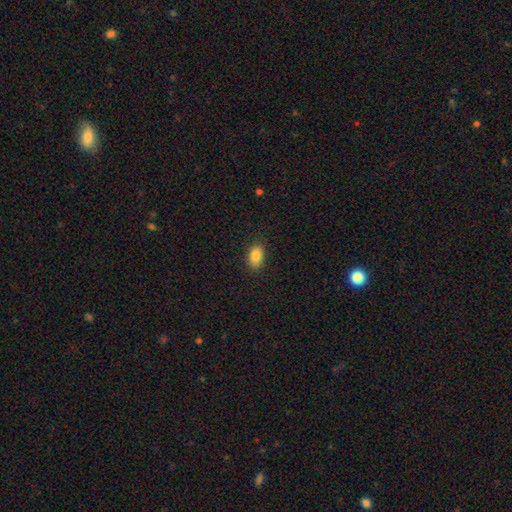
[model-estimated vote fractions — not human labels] Smooth or featured: smooth — 85% (star or artifact — 8%)
How rounded: in between — 88% (round — 10%)
Merging: none — 86% (minor disturbance — 11%)